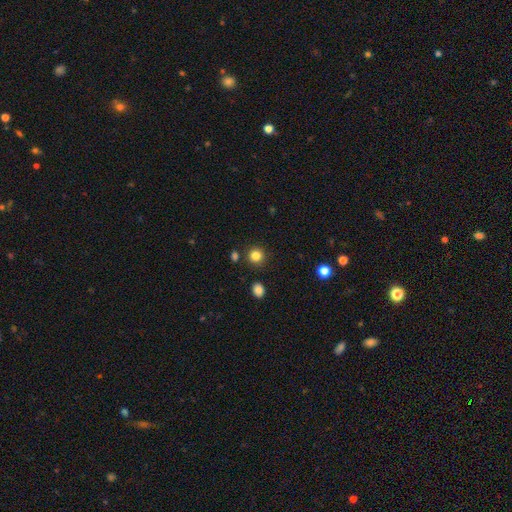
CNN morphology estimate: This appears to be a smooth galaxy with no disk features (83%) that is round (92%). Merging: none (88%).